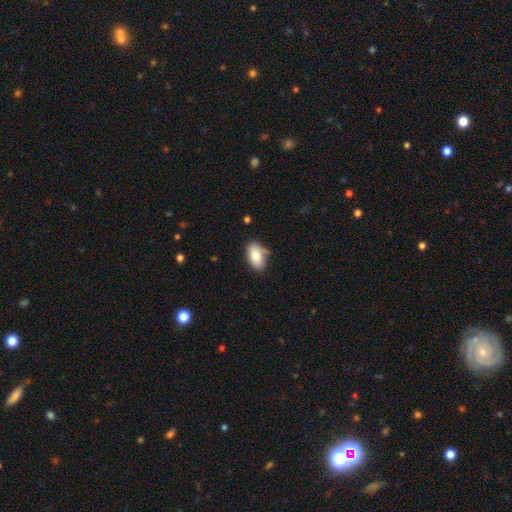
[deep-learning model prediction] Smooth or featured? Predicted: smooth (p=0.80). How rounded? Predicted: in between (p=0.91). Merging? Predicted: none (p=0.72).